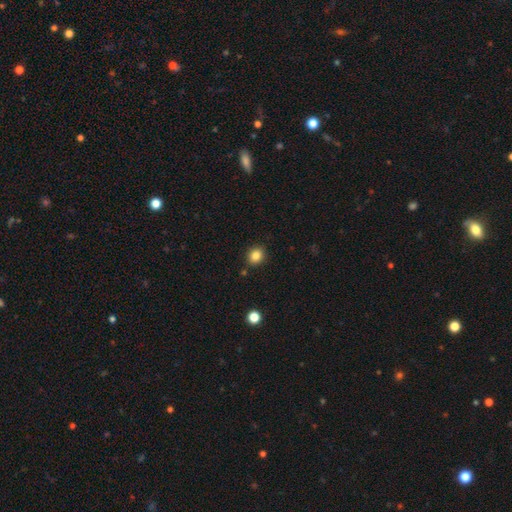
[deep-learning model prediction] The model was most divided on "how rounded": round: 75%, in between: 25%, cigar-shaped: 1%. More confident: merging — none (88%); smooth or featured — smooth (84%).